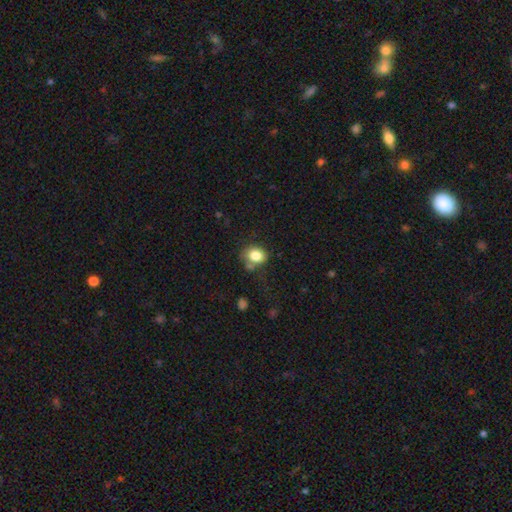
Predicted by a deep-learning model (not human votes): Q: Smooth or featured?
A: smooth (82%); runner-up: star or artifact (10%)
Q: How rounded?
A: round (55%); runner-up: in between (45%)
Q: Merging?
A: none (60%); runner-up: minor disturbance (21%)